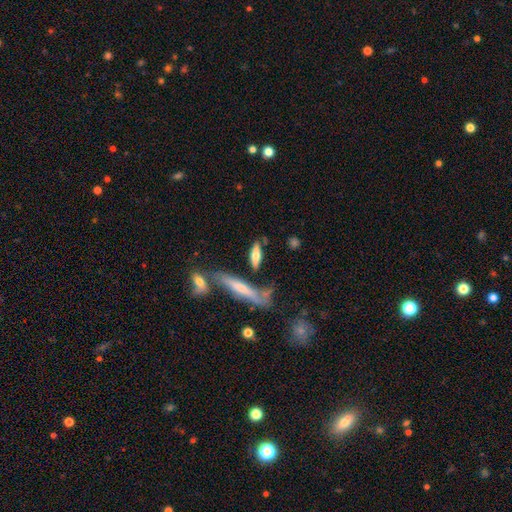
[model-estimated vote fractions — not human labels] smooth 59%, featured or disk 34%, star or artifact 7%. Down the decision tree: how rounded — cigar-shaped (60%); merging — none (66%).